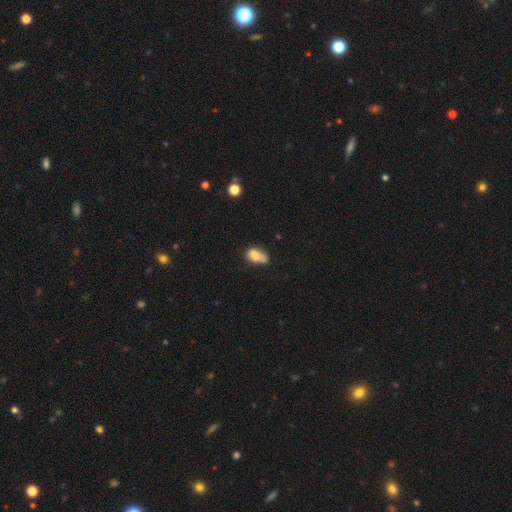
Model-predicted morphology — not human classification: smooth_or_featured: smooth (p=0.69) [alt: featured or disk p=0.21]
how_rounded: in between (p=0.87) [alt: round p=0.09]
merging: none (p=0.37) [alt: minor disturbance p=0.31]